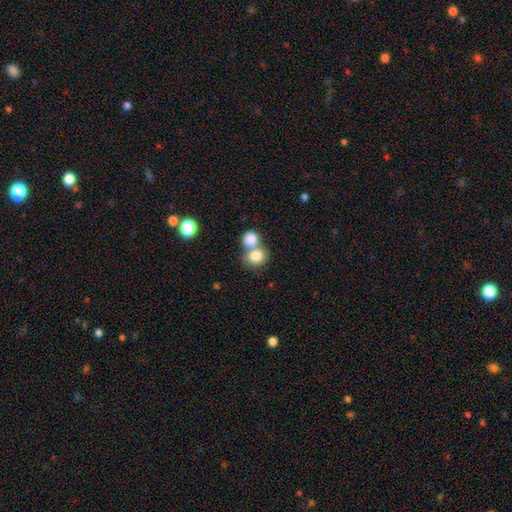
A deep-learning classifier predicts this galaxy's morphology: Smooth or featured?
  - smooth: 81% *
  - featured or disk: 10%
  - star or artifact: 9%
How rounded?
  - round: 76% *
  - in between: 23%
  - cigar-shaped: 1%
Merging?
  - merger: 53% *
  - none: 37%
  - minor disturbance: 7%
  - major disturbance: 3%